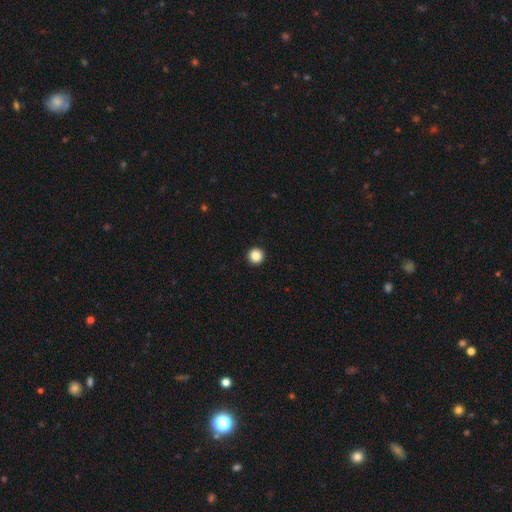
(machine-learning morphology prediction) Smooth or featured? smooth (87%)
How rounded? round (97%)
Merging? none (95%)